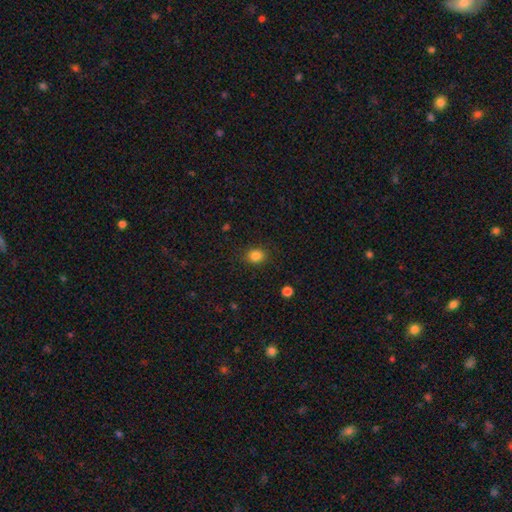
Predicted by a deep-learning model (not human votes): A smooth galaxy with no disk features (84%) that is round (62%). Merging: none (87%).